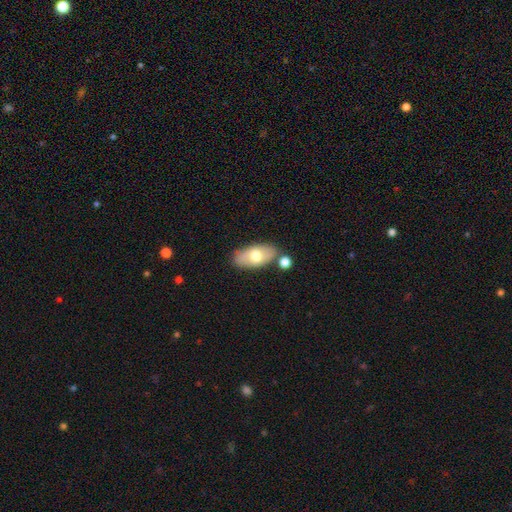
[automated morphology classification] Overall: smooth (66%; featured or disk 28%). How rounded: in between (92%). Merging: none (74%).